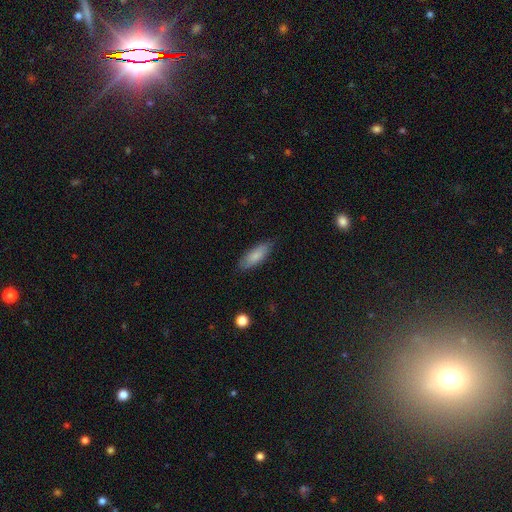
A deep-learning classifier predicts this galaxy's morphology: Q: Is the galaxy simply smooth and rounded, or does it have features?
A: smooth — 84%.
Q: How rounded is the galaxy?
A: in between — 66%.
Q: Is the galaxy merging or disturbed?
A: none — 81%.